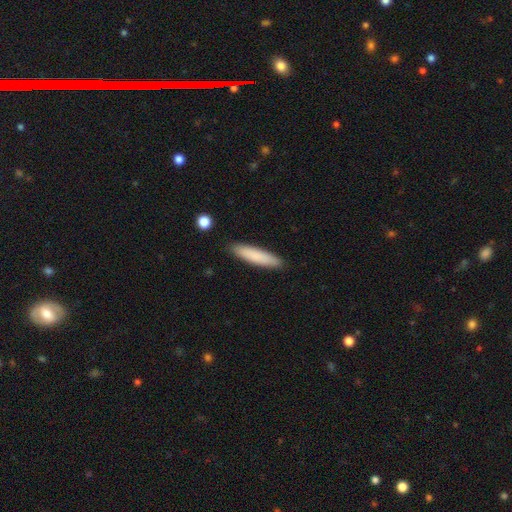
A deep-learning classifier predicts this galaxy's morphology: Q: Smooth or featured?
A: smooth (83%); runner-up: featured or disk (11%)
Q: How rounded?
A: cigar-shaped (83%); runner-up: in between (15%)
Q: Merging?
A: none (89%); runner-up: minor disturbance (8%)